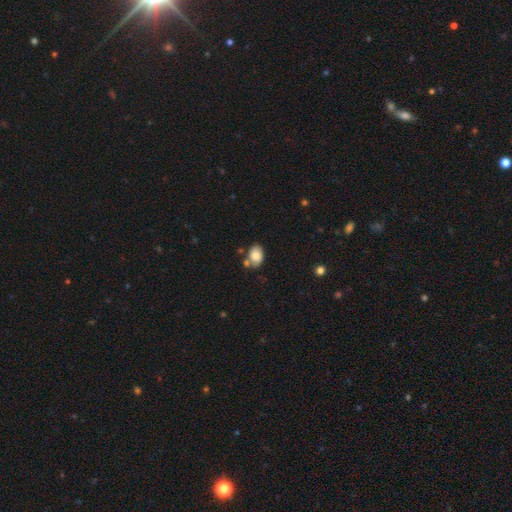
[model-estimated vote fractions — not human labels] smooth-or-featured: smooth: 83% | featured or disk: 9% | star or artifact: 8%
  how-rounded: in between: 79% | round: 20% | cigar-shaped: 1%
  merging: none: 60% | minor disturbance: 19% | merger: 17% | major disturbance: 5%